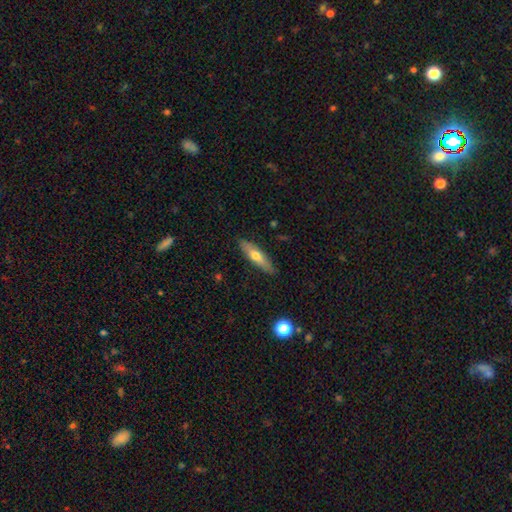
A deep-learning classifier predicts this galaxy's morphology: This appears to be a smooth galaxy with no disk features (57%) that is cigar-shaped (66%). Merging: none (86%).